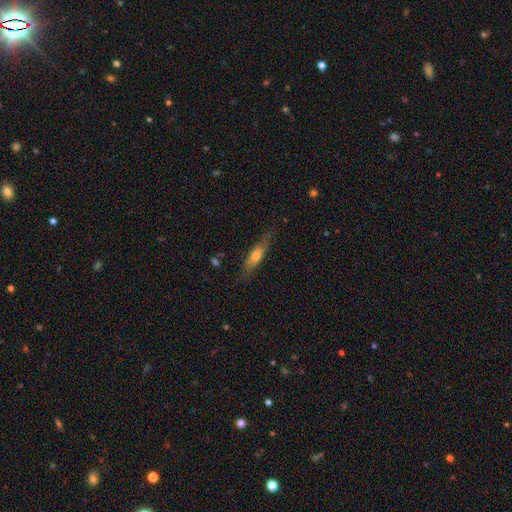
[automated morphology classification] The model was most divided on "smooth or featured": smooth: 51%, featured or disk: 42%, star or artifact: 7%. More confident: merging — none (80%); how rounded — cigar-shaped (76%).